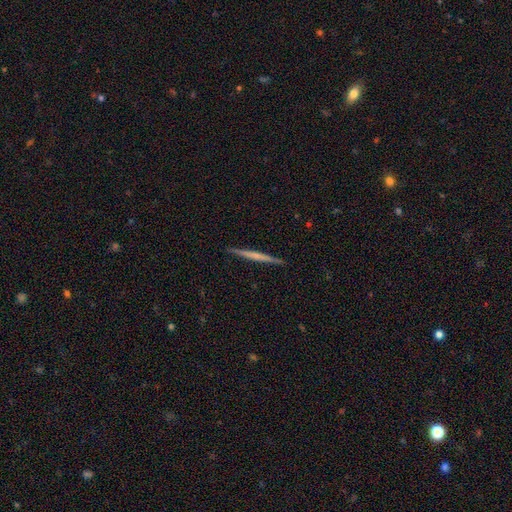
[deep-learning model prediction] Overall: featured or disk (56%; smooth 39%). Edge-on disk: yes (98%). Edge-on bulge: none (76%). Merging: none (92%).